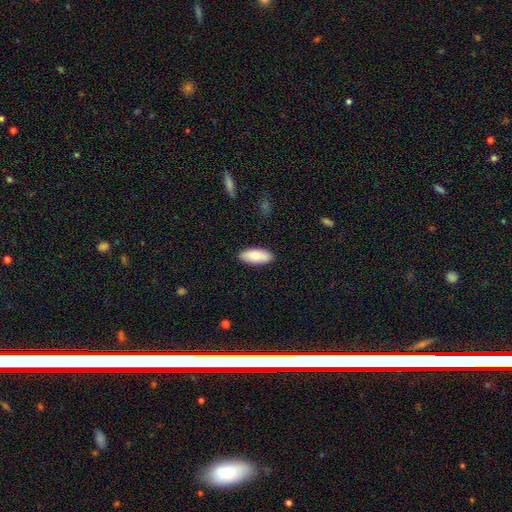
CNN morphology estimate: This is clearly a smooth galaxy (83%). How rounded: clearly in between (85%). Merging: clearly none (89%).